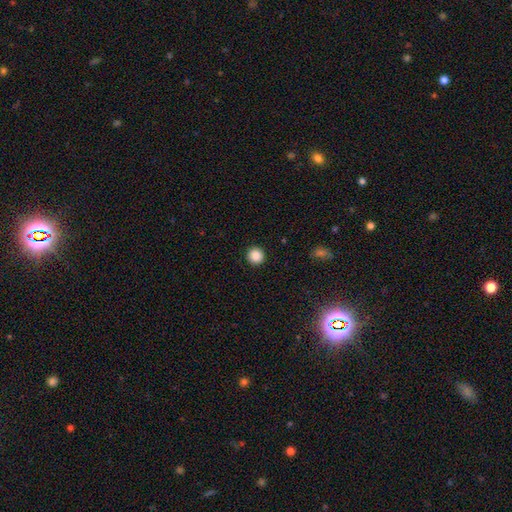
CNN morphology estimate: Smooth or featured: smooth — 88% (star or artifact — 10%)
How rounded: round — 95% (in between — 4%)
Merging: none — 93% (minor disturbance — 5%)